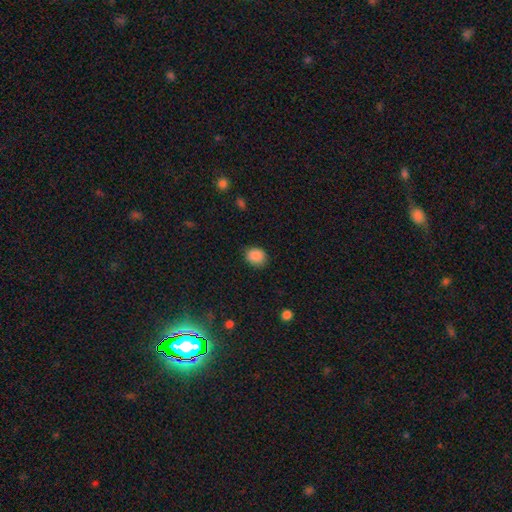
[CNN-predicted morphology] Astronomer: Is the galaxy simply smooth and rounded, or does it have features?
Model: smooth — 88%.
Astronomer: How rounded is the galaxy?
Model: round — 62%.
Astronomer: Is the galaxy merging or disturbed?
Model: none — 83%.